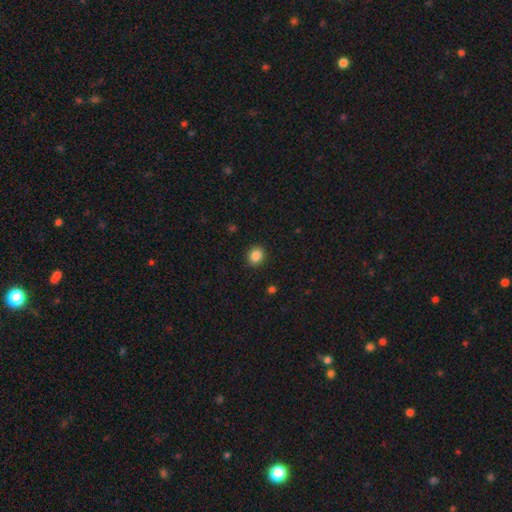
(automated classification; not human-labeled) smooth 87%, star or artifact 10%, featured or disk 4%. Down the decision tree: how rounded — round (63%); merging — none (91%).